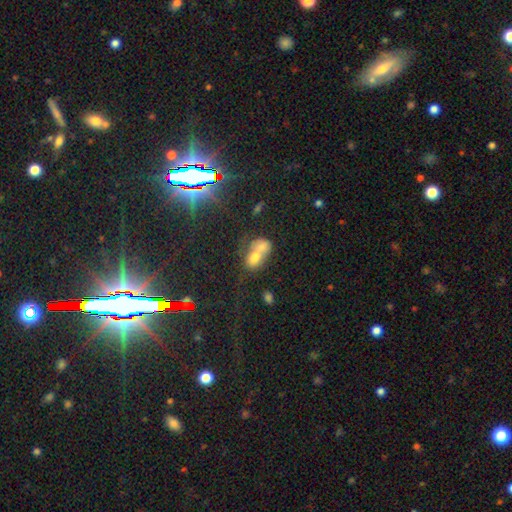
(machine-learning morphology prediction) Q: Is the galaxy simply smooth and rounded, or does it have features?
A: smooth — 64%.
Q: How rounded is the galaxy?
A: in between — 75%.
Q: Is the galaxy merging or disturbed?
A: merger — 75%.